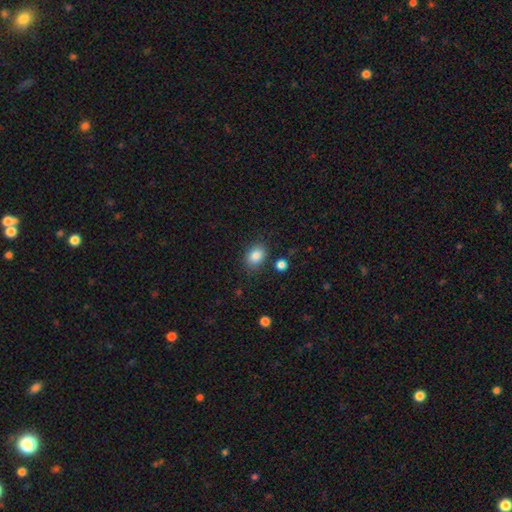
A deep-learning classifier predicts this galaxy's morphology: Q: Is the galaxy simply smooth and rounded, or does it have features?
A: smooth — 86%.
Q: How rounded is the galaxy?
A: in between — 69%.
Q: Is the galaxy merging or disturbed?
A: none — 81%.